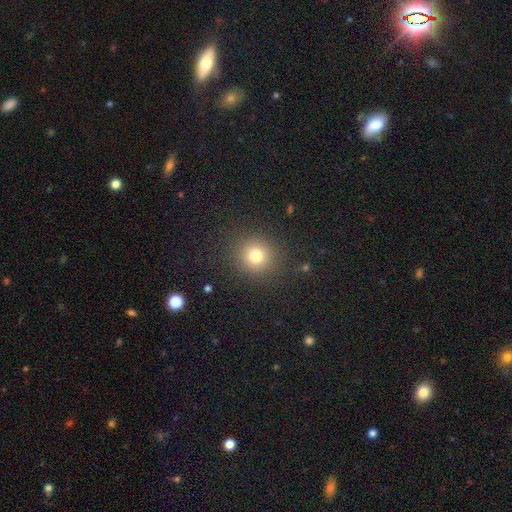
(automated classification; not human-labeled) Smooth or featured? smooth (76%)
How rounded? round (91%)
Merging? none (89%)